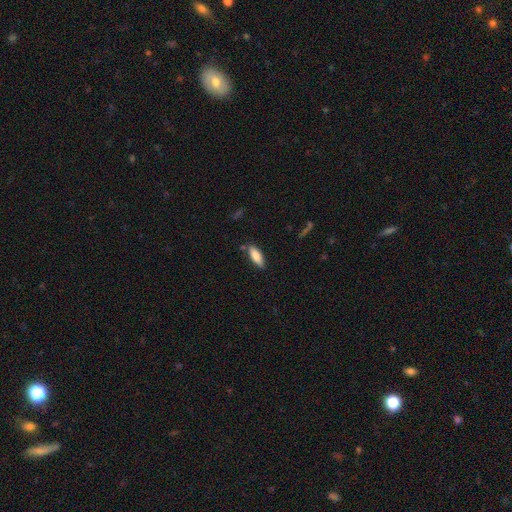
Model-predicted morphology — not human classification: A smooth galaxy with no disk features (83%) that is in between round and cigar-shaped (68%).

Vote fractions:
- Smooth or featured? smooth: 83% / featured or disk: 11% / star or artifact: 6%
- How rounded? in between: 68% / cigar-shaped: 30% / round: 2%
- Merging? none: 79% / minor disturbance: 14% / merger: 4% / major disturbance: 3%